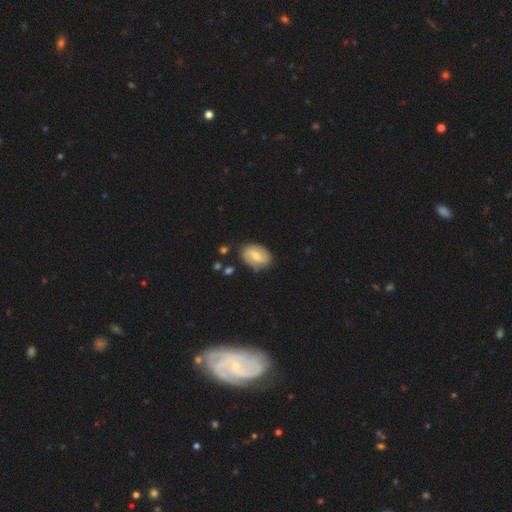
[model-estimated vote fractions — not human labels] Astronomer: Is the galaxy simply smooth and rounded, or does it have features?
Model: featured or disk — 47% (runner-up: smooth, 46%).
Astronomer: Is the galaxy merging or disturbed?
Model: none — 80%.